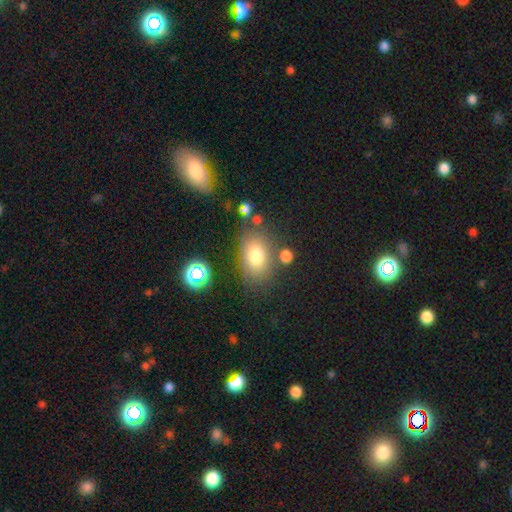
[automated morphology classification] Q: Smooth or featured?
A: smooth (75%); runner-up: featured or disk (13%)
Q: How rounded?
A: in between (81%); runner-up: round (18%)
Q: Merging?
A: none (73%); runner-up: minor disturbance (14%)